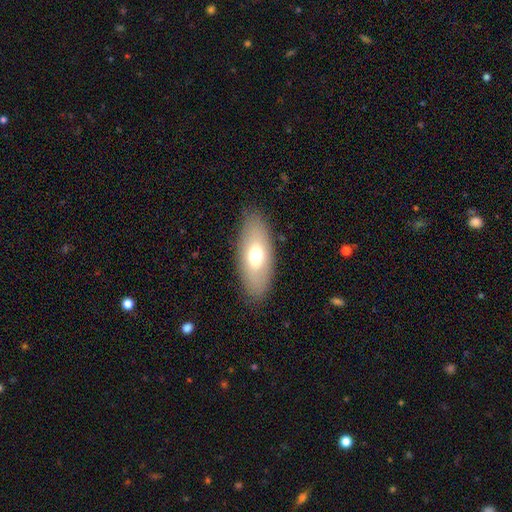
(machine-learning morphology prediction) Overall: smooth (66%; featured or disk 27%). How rounded: in between (83%). Merging: none (86%).